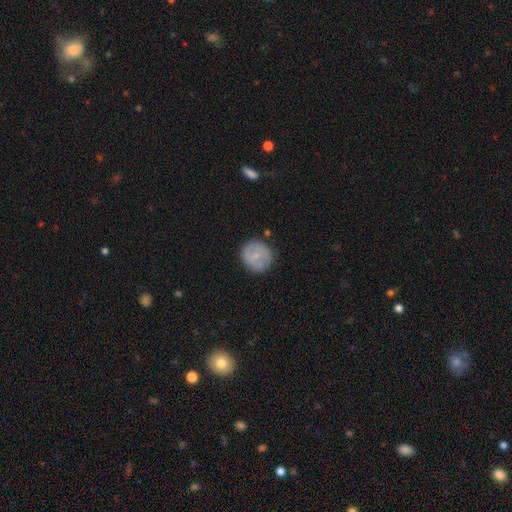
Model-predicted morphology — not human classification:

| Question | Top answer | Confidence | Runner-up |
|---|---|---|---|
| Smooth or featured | smooth | 59% | featured or disk (34%) |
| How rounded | round | 92% | in between (7%) |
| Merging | none | 80% | minor disturbance (14%) |